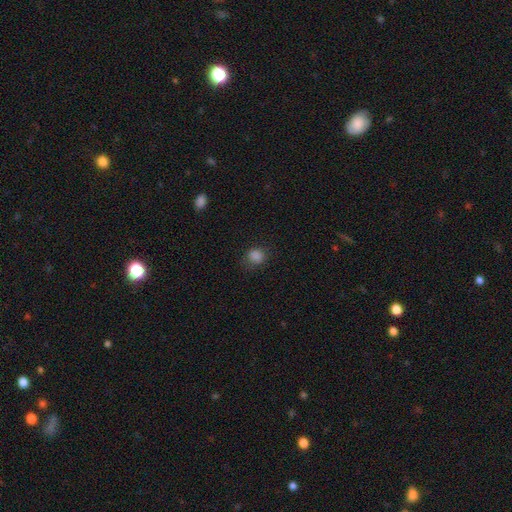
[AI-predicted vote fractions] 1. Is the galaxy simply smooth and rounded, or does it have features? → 84% smooth, 12% star or artifact, 4% featured or disk.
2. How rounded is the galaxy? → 71% round, 28% in between, 1% cigar-shaped.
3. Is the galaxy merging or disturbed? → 74% none, 18% minor disturbance, 6% major disturbance, 1% merger.